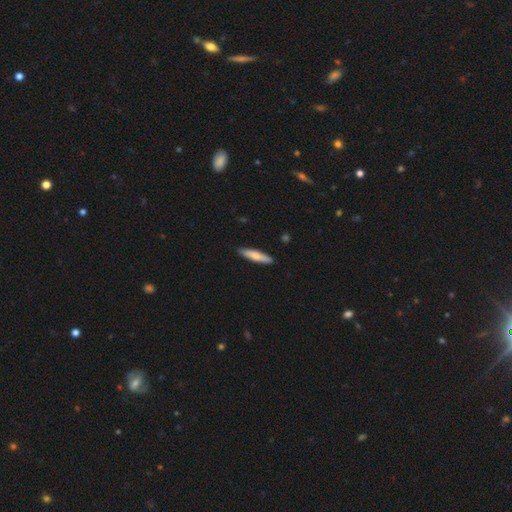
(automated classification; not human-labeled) smooth-or-featured: smooth: 69% | featured or disk: 26% | star or artifact: 5%
  how-rounded: cigar-shaped: 81% | in between: 18% | round: 2%
  merging: none: 87% | minor disturbance: 10% | major disturbance: 2% | merger: 1%